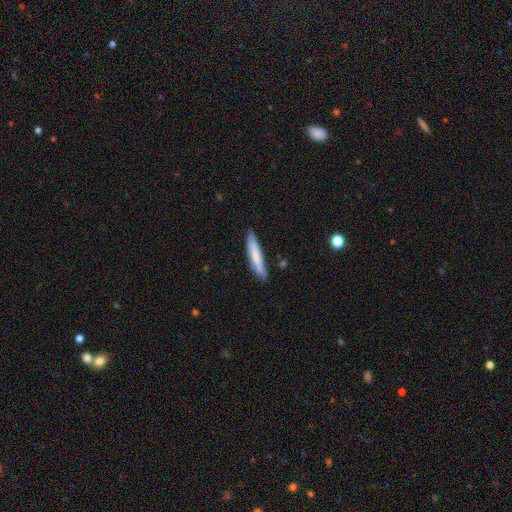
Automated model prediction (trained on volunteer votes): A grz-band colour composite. It shows a smooth galaxy with no disk features (74%) that is cigar-shaped (91%). Merging: none (83%).